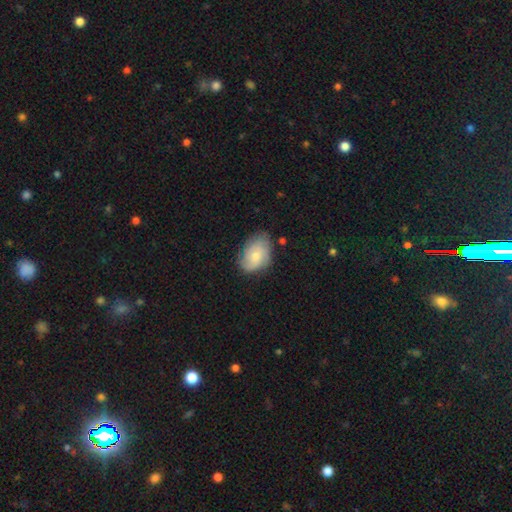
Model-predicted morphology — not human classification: A featured or disk galaxy (49%). Merging: none (66%).